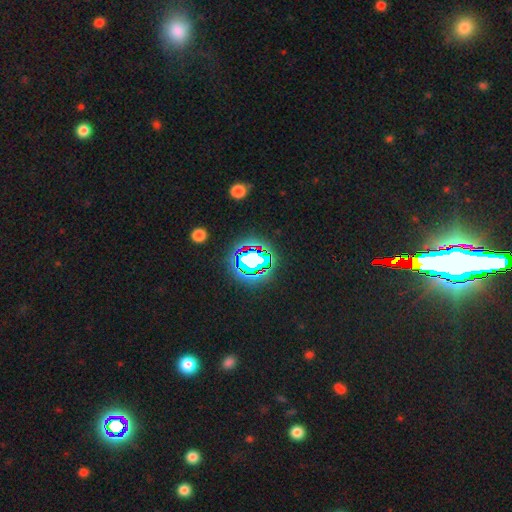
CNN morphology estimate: Smooth or featured: star or artifact — 65% (smooth — 22%)